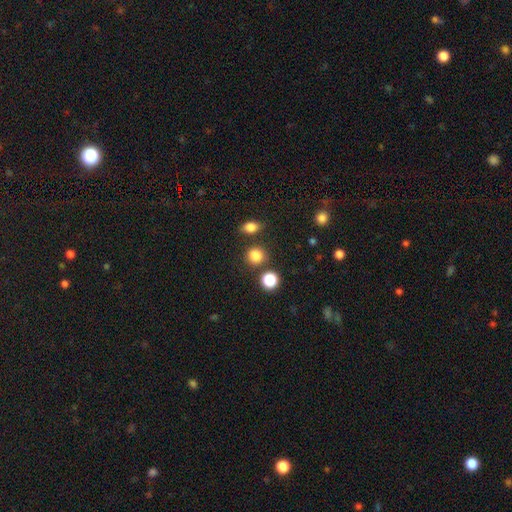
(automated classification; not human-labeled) smooth-or-featured: smooth: 82% | star or artifact: 14% | featured or disk: 4%
  how-rounded: round: 86% | in between: 13% | cigar-shaped: 1%
  merging: none: 80% | minor disturbance: 9% | merger: 8% | major disturbance: 3%